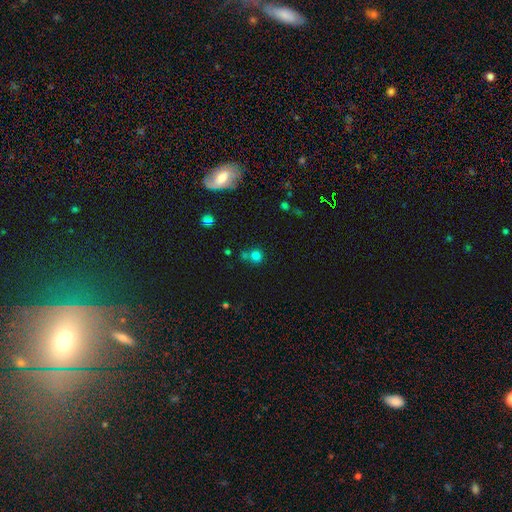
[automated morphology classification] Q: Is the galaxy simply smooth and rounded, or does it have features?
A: smooth — 74%.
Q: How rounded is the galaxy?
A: round — 89%.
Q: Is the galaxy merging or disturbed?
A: none — 62%.